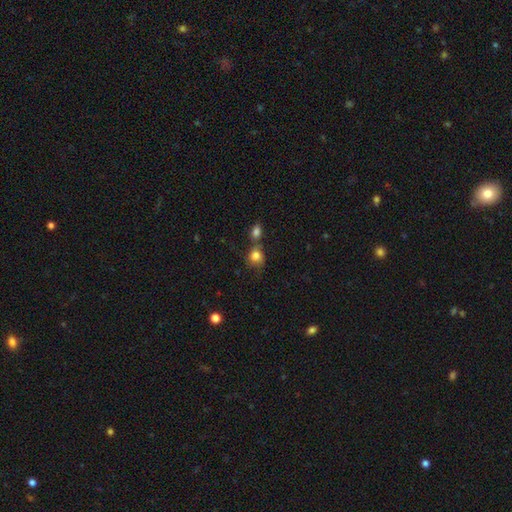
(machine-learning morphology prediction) smooth-or-featured: smooth: 81% | star or artifact: 10% | featured or disk: 8%
  how-rounded: round: 68% | in between: 31% | cigar-shaped: 1%
  merging: none: 47% | merger: 31% | minor disturbance: 16% | major disturbance: 6%